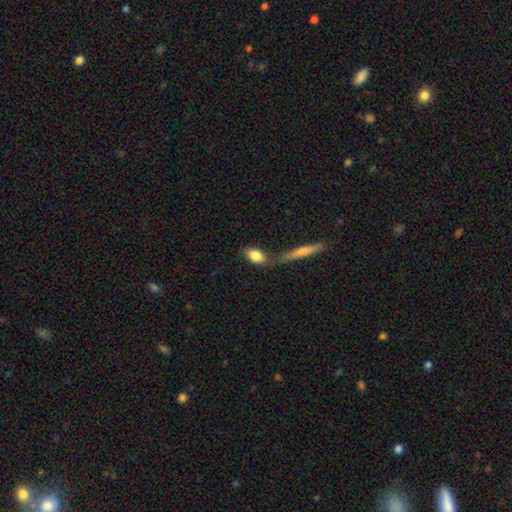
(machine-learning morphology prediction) The model was most divided on "merging": none: 56%, merger: 24%, minor disturbance: 15%, major disturbance: 6%. More confident: how rounded — in between (84%); smooth or featured — smooth (82%).